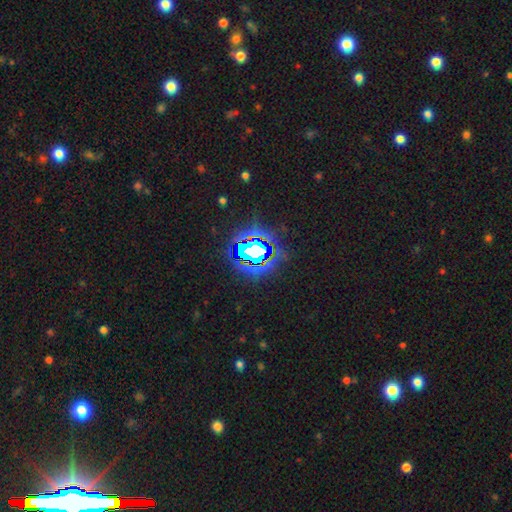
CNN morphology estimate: Q: Smooth or featured?
A: star or artifact (74%); runner-up: smooth (14%)